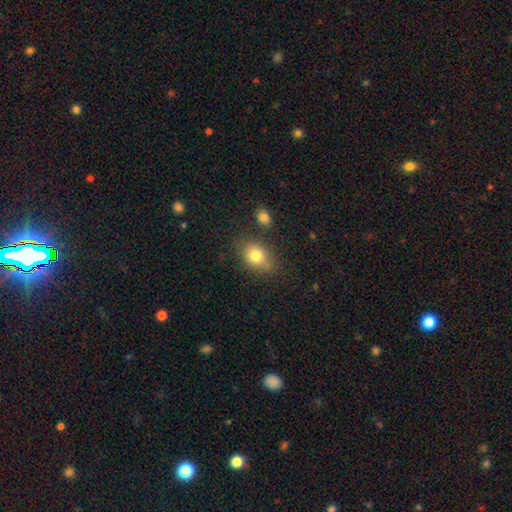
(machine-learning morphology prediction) smooth-or-featured: smooth: 80% | featured or disk: 10% | star or artifact: 10%
  how-rounded: in between: 57% | round: 41% | cigar-shaped: 1%
  merging: none: 69% | minor disturbance: 16% | merger: 9% | major disturbance: 5%